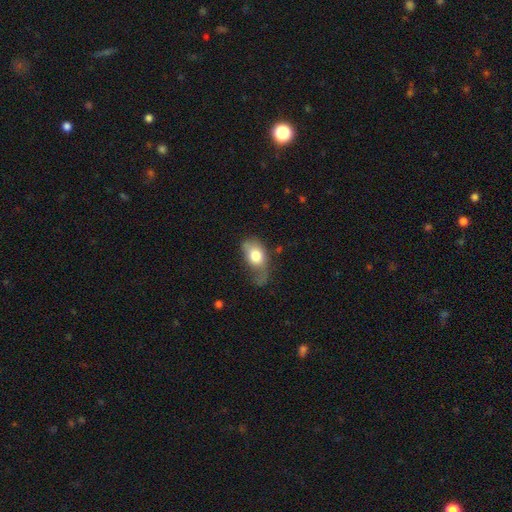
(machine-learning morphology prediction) Smooth or featured? Predicted: smooth (p=0.72). How rounded? Predicted: in between (p=0.81). Merging? Predicted: major disturbance (p=0.36).